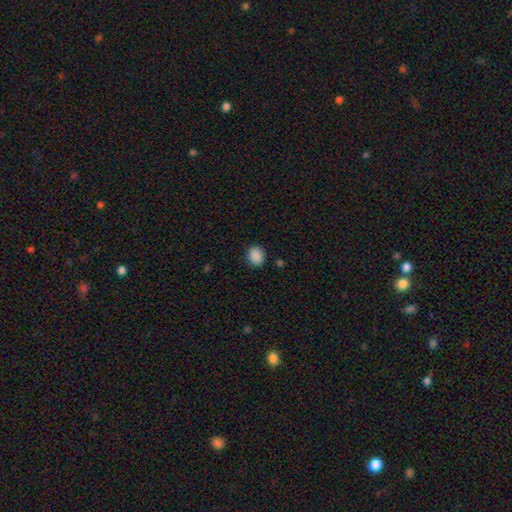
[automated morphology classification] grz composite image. It shows a smooth galaxy with no disk features (88%) that is round (55%). Merging: none (86%).